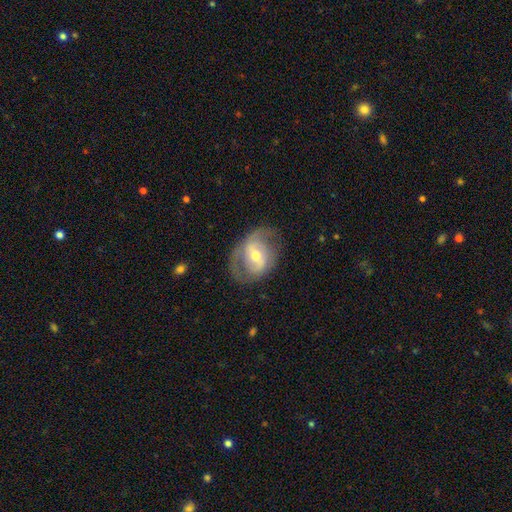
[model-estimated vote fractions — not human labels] Smooth or featured: featured or disk — 70% (smooth — 23%)
Edge-on disk: no — 95% (yes — 5%)
Bar: weak — 41% (strong — 31%)
Spiral arms: yes — 71% (no — 29%)
Bulge size: moderate — 53% (small — 41%)
Merging: none — 66% (minor disturbance — 19%)